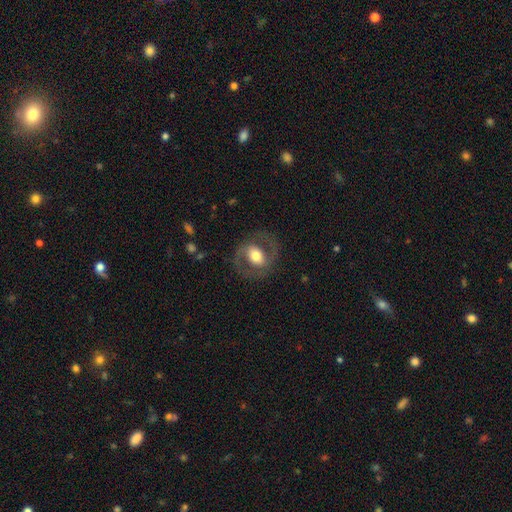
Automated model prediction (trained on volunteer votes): Smooth or featured? featured or disk (68%)
Edge-on disk? no (96%)
Bar? weak (39%)
Spiral arms? yes (76%)
Bulge size? moderate (57%)
Merging? none (78%)